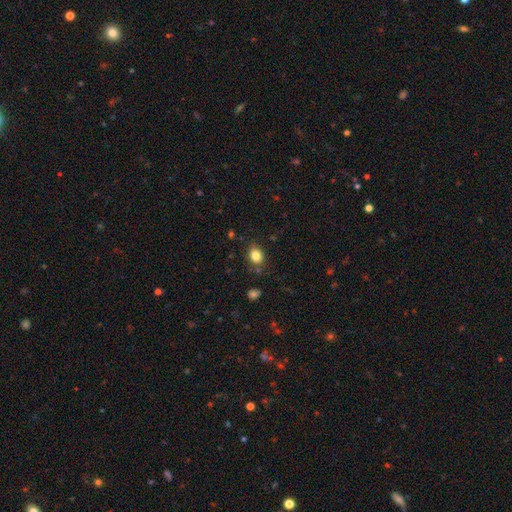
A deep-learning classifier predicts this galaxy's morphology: smooth_or_featured: smooth (p=0.83) [alt: star or artifact p=0.11]
how_rounded: in between (p=0.53) [alt: round p=0.46]
merging: none (p=0.81) [alt: minor disturbance p=0.13]